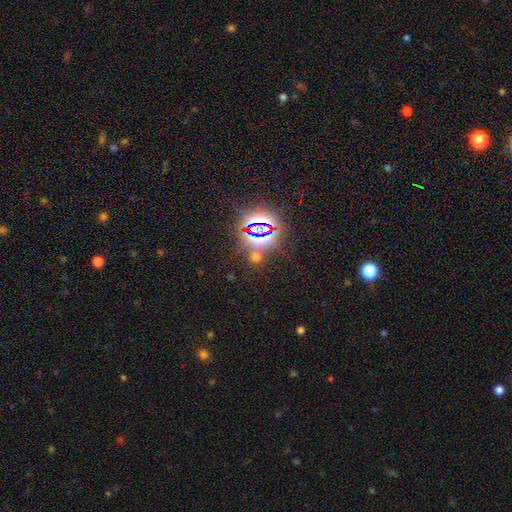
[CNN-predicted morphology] Q: Smooth or featured?
A: star or artifact (75%); runner-up: smooth (18%)